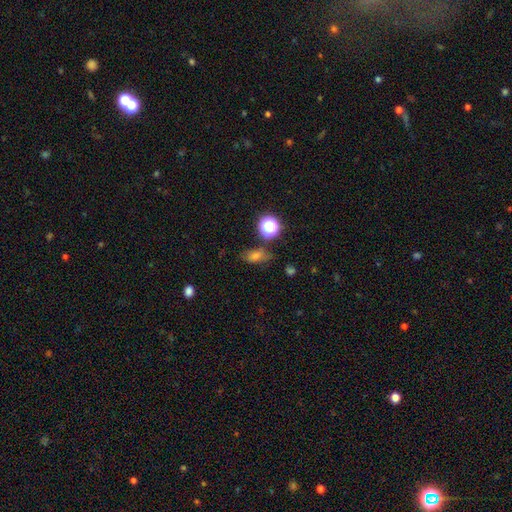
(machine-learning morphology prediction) Smooth or featured?
  - smooth: 52% *
  - star or artifact: 32%
  - featured or disk: 16%
How rounded?
  - in between: 67% *
  - round: 26%
  - cigar-shaped: 7%
Merging?
  - none: 75% *
  - minor disturbance: 15%
  - merger: 6%
  - major disturbance: 5%